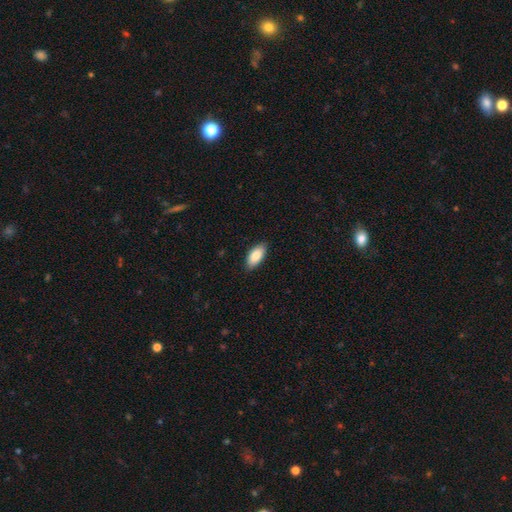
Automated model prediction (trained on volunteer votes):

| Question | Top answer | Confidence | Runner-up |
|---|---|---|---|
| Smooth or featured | smooth | 86% | featured or disk (8%) |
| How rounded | in between | 89% | cigar-shaped (9%) |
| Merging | none | 87% | minor disturbance (10%) |